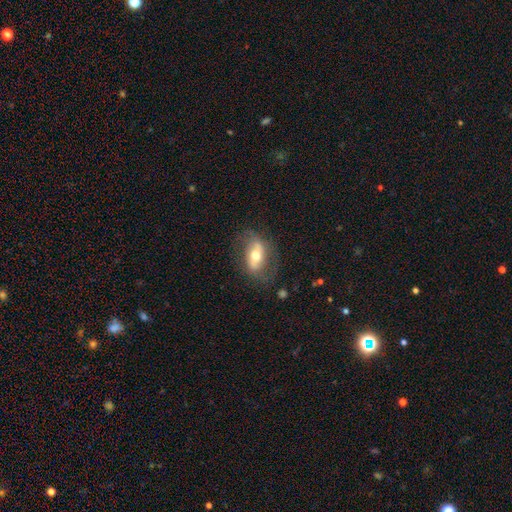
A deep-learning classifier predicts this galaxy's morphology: A featured or disk galaxy (56%). Merging: none (69%).